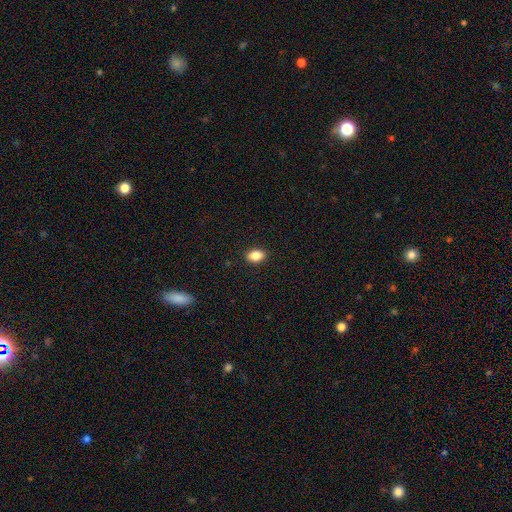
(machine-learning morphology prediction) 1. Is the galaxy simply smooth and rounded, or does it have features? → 87% smooth, 8% star or artifact, 5% featured or disk.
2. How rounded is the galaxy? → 85% in between, 13% round, 2% cigar-shaped.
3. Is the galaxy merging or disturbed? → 90% none, 7% minor disturbance, 2% major disturbance, 1% merger.